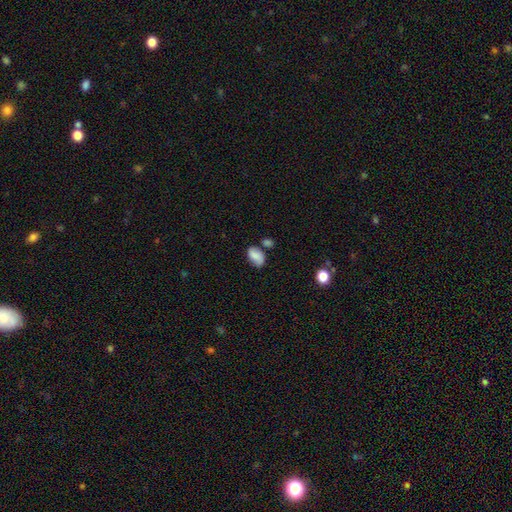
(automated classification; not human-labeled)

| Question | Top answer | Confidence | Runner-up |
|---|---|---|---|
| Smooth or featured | smooth | 75% | featured or disk (16%) |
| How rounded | in between | 87% | round (11%) |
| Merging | none | 55% | minor disturbance (24%) |